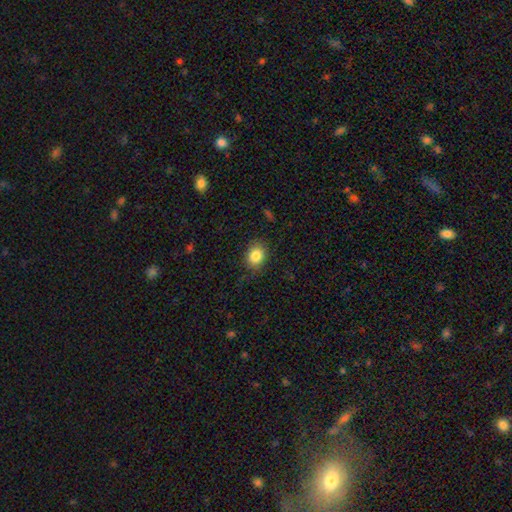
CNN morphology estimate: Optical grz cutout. It shows a smooth galaxy with no disk features (84%) that is round (50%). Merging: none (83%).